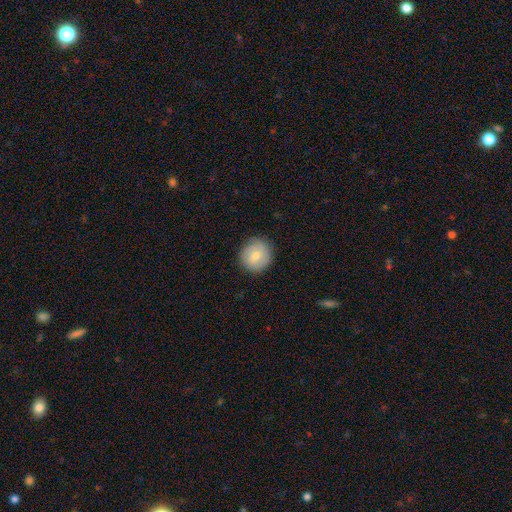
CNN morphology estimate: The model was most divided on "smooth or featured": smooth: 74%, featured or disk: 19%, star or artifact: 7%. More confident: how rounded — round (91%); merging — none (86%).